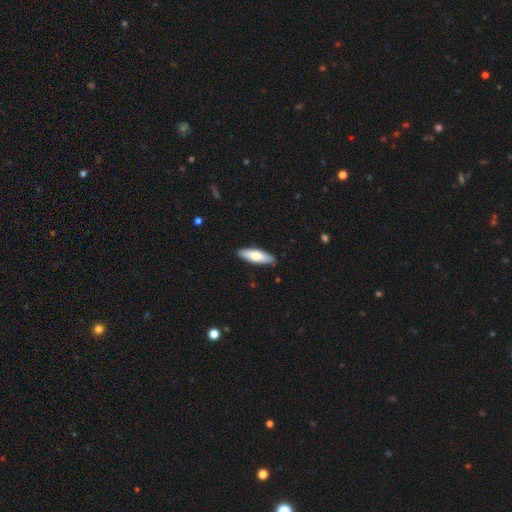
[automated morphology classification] A smooth galaxy with no disk features (72%) that is in between round and cigar-shaped (54%). Merging: none (88%).